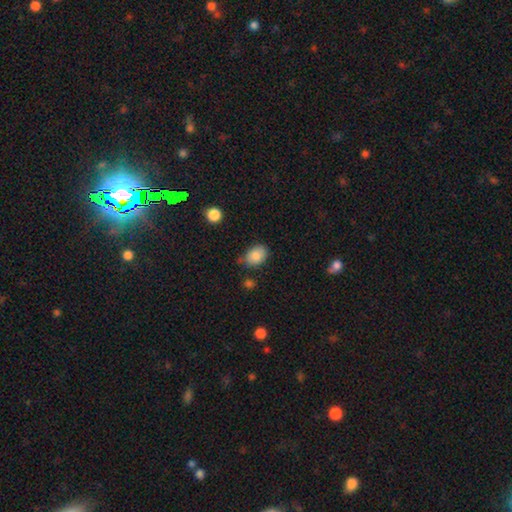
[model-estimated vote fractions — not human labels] Smooth or featured? smooth (85%)
How rounded? in between (74%)
Merging? none (68%)